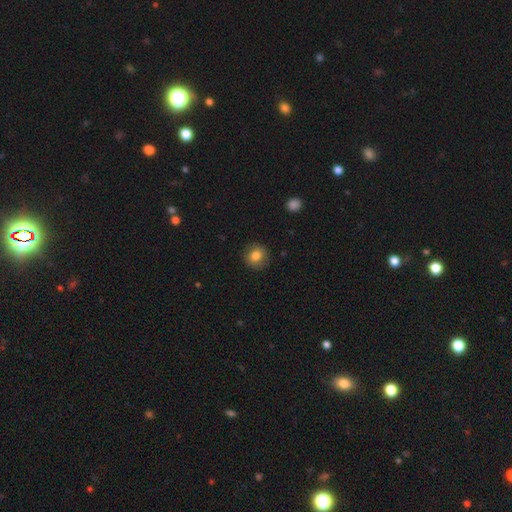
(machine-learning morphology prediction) smooth_or_featured: smooth (p=0.81) [alt: featured or disk p=0.10]
how_rounded: round (p=0.90) [alt: in between p=0.09]
merging: none (p=0.88) [alt: minor disturbance p=0.09]